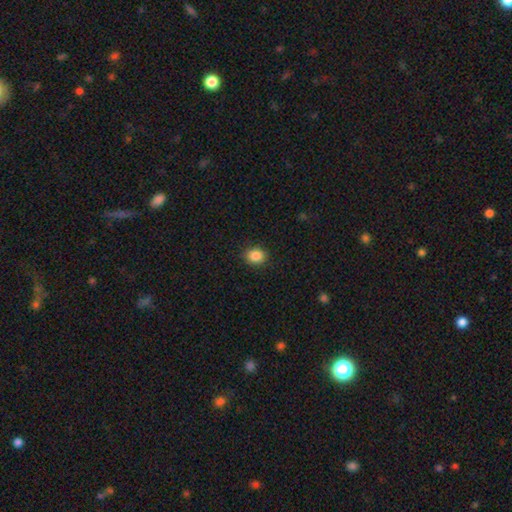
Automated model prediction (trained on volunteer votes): A smooth galaxy with no disk features (86%) that is round (67%). Merging: none (89%).